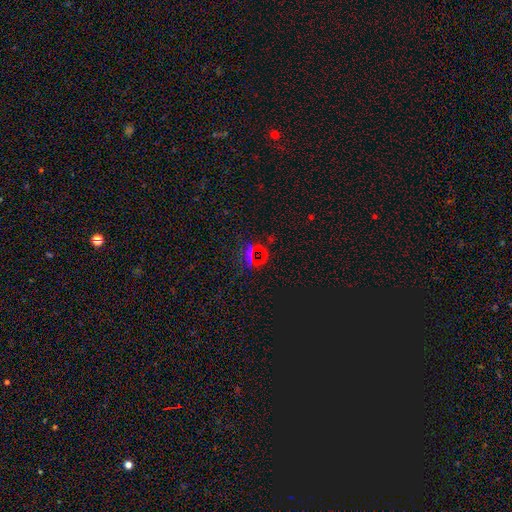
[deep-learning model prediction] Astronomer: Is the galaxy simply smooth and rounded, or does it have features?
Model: star or artifact — 54% (runner-up: smooth, 37%).